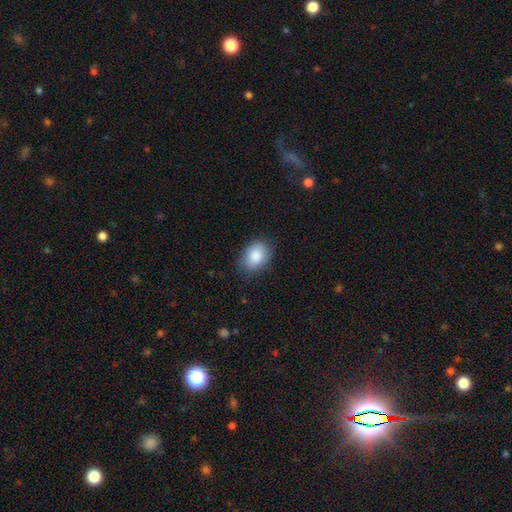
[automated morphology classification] This is clearly a smooth galaxy (86%). How rounded: likely in between (80%). Merging: likely none (80%).